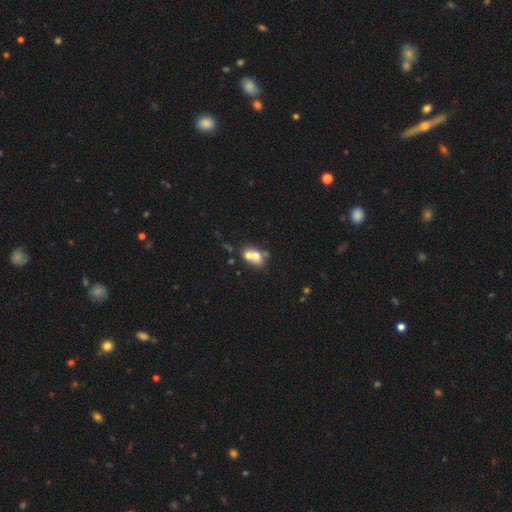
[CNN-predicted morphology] Smooth or featured: smooth — 62% (featured or disk — 27%)
How rounded: round — 49% (tied with in between — 49%)
Merging: merger — 66% (none — 23%)